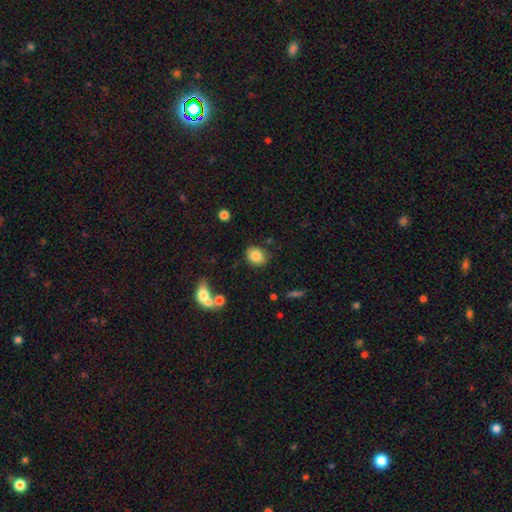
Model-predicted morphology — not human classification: Smooth or featured? smooth (84%)
How rounded? round (55%)
Merging? none (80%)